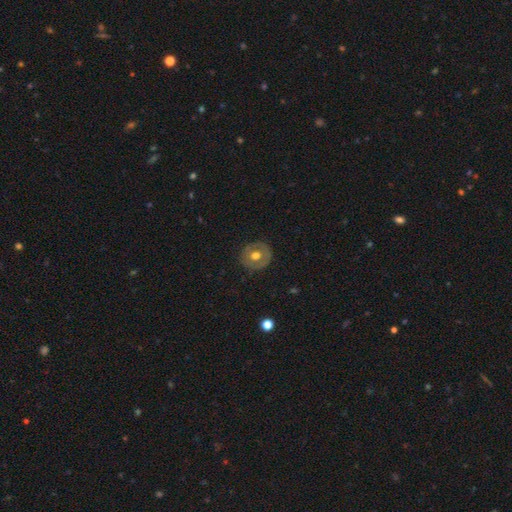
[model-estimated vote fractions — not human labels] Smooth or featured?
  - featured or disk: 50% *
  - smooth: 44%
  - star or artifact: 6%
Merging?
  - none: 83% *
  - minor disturbance: 12%
  - major disturbance: 4%
  - merger: 1%